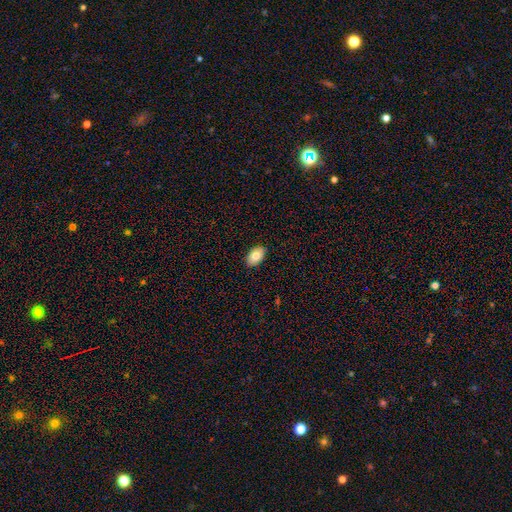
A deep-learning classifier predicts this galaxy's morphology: This appears to be a smooth galaxy with no disk features (81%) that is in between round and cigar-shaped (92%). Merging: none (90%).